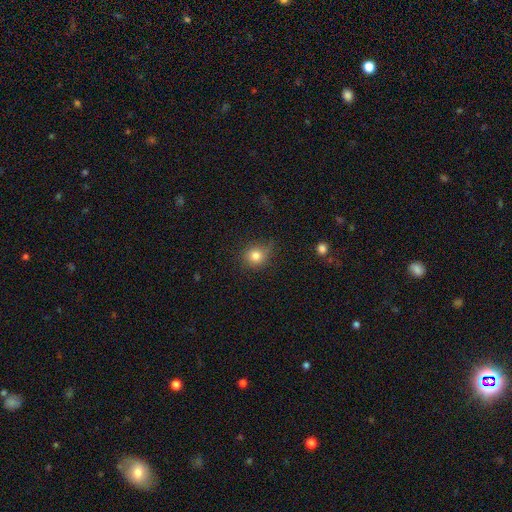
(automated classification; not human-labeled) smooth_or_featured: smooth (p=0.81) [alt: star or artifact p=0.12]
how_rounded: round (p=0.86) [alt: in between p=0.13]
merging: none (p=0.71) [alt: minor disturbance p=0.21]